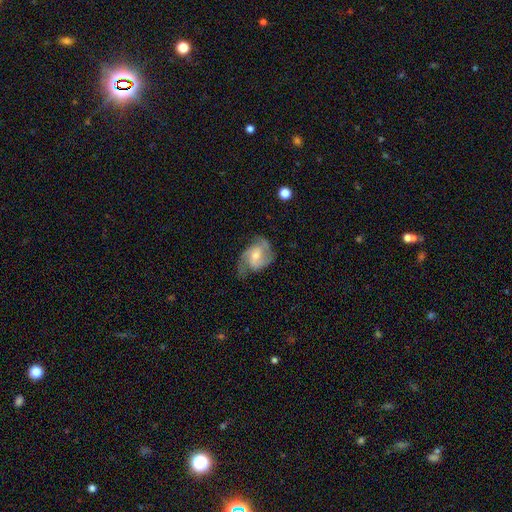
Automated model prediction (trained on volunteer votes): Smooth or featured? Predicted: featured or disk (p=0.73). Edge-on disk? Predicted: no (p=0.97). Bar? Predicted: weak (p=0.46). Spiral arms? Predicted: yes (p=0.91). Spiral winding? Predicted: medium (p=0.51). Spiral arm count? Predicted: 2 (p=0.58). Bulge size? Predicted: moderate (p=0.52). Merging? Predicted: none (p=0.53).